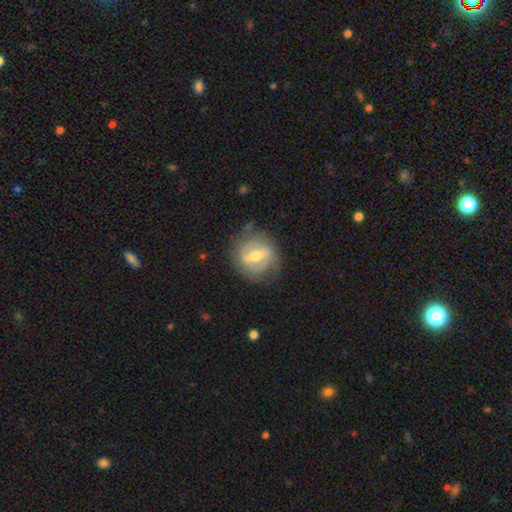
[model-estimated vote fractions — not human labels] Smooth or featured: featured or disk — 69% (smooth — 25%)
Edge-on disk: no — 93% (yes — 7%)
Bar: strong — 50% (weak — 40%)
Spiral arms: yes — 60% (no — 40%)
Bulge size: moderate — 70% (small — 22%)
Merging: none — 74% (minor disturbance — 18%)